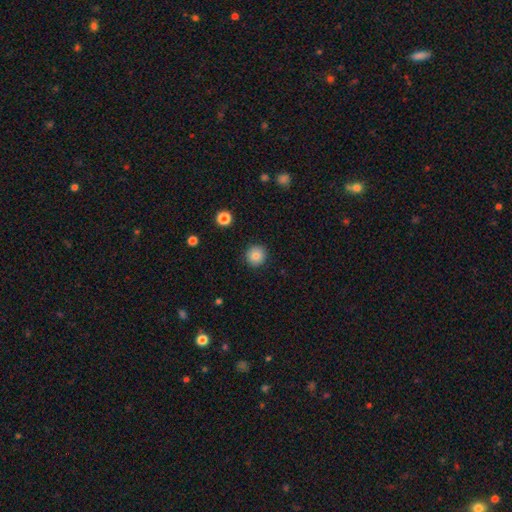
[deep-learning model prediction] smooth-or-featured: smooth: 83% | star or artifact: 10% | featured or disk: 7%
  how-rounded: round: 94% | in between: 5% | cigar-shaped: 1%
  merging: none: 91% | minor disturbance: 6% | major disturbance: 2% | merger: 1%